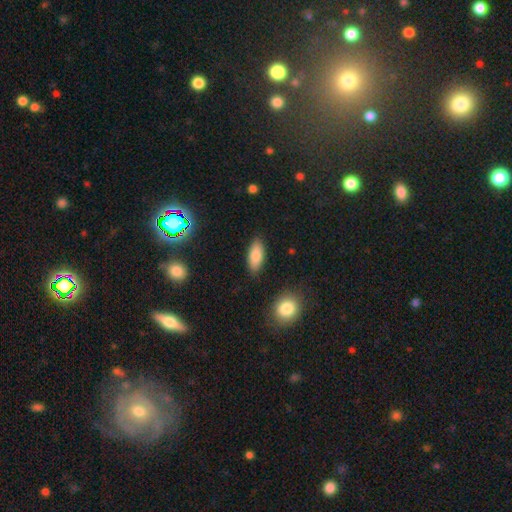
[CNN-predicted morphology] Smooth or featured?
  - smooth: 84% *
  - featured or disk: 8%
  - star or artifact: 7%
How rounded?
  - in between: 84% *
  - cigar-shaped: 14%
  - round: 2%
Merging?
  - none: 86% *
  - minor disturbance: 10%
  - major disturbance: 2%
  - merger: 2%